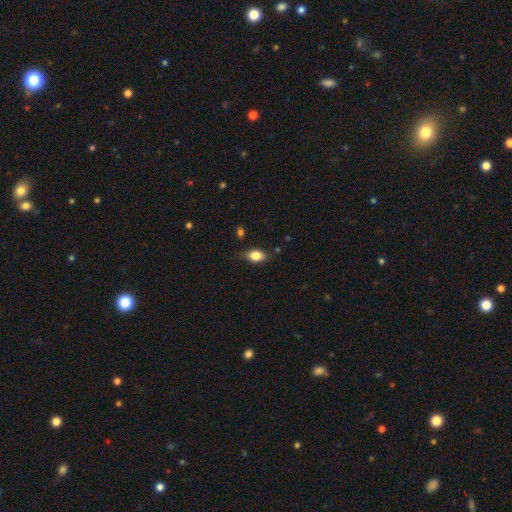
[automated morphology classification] This appears to be a smooth galaxy with no disk features (82%) that is in between round and cigar-shaped (85%). Merging: none (76%).